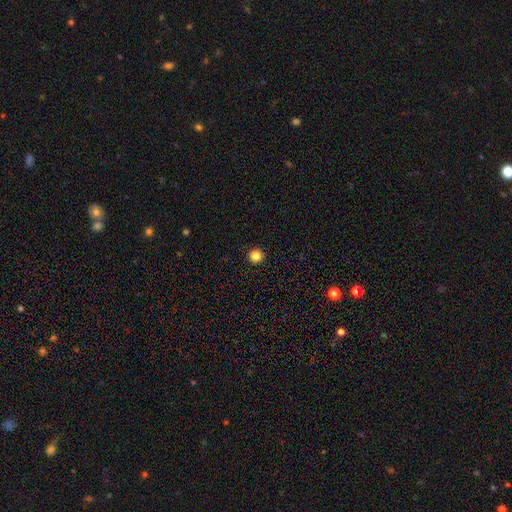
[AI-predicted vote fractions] The model was most divided on "smooth or featured": smooth: 83%, star or artifact: 12%, featured or disk: 4%. More confident: how rounded — round (96%); merging — none (94%).